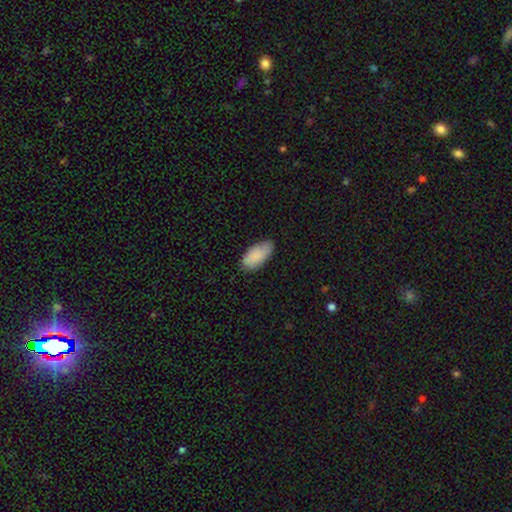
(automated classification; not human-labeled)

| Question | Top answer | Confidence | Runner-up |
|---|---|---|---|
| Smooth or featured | smooth | 87% | featured or disk (7%) |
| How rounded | in between | 93% | cigar-shaped (5%) |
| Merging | none | 78% | minor disturbance (18%) |